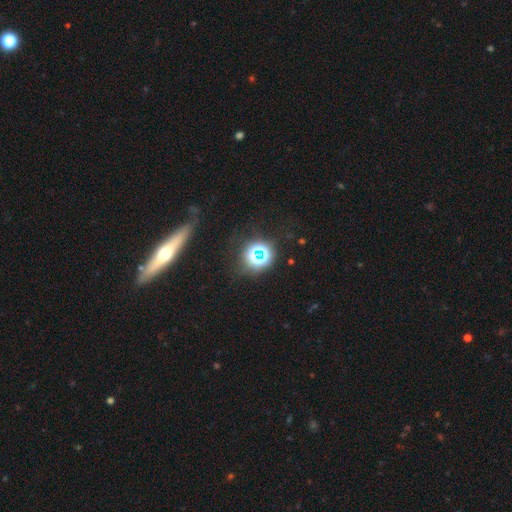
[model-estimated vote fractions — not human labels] Overall: star or artifact (68%).